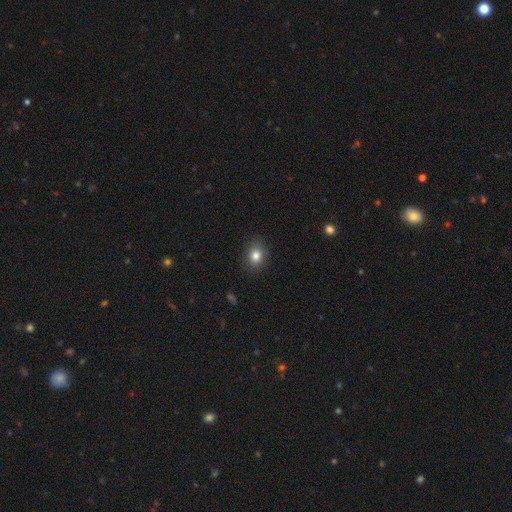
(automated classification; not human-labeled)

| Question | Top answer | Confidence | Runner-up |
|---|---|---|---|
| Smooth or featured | smooth | 83% | star or artifact (11%) |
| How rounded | round | 51% | in between (48%) |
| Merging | none | 85% | minor disturbance (11%) |